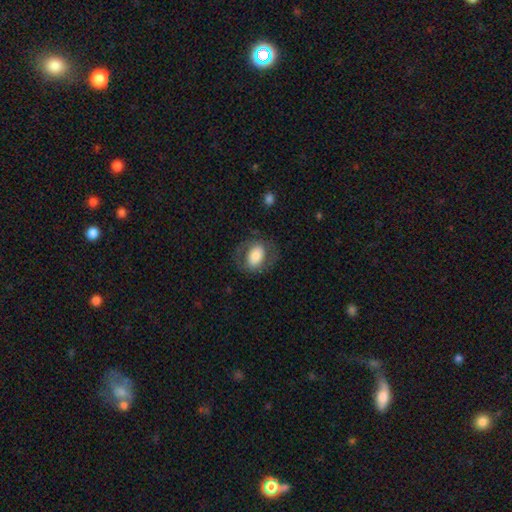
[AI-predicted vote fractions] Smooth or featured? Predicted: smooth (p=0.62). How rounded? Predicted: in between (p=0.73). Merging? Predicted: none (p=0.71).